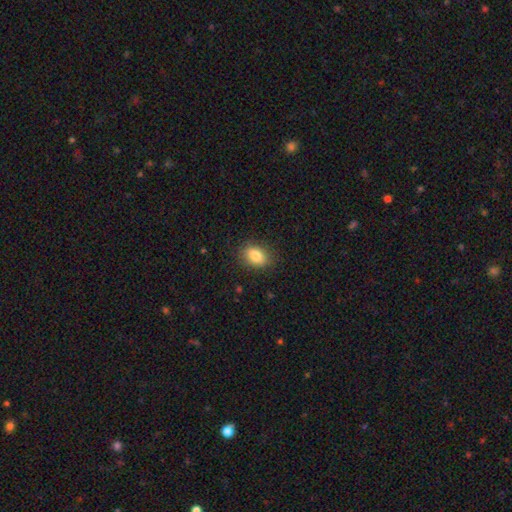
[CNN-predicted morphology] This appears to be a smooth galaxy with no disk features (83%) that is in between round and cigar-shaped (81%). Merging: none (85%).